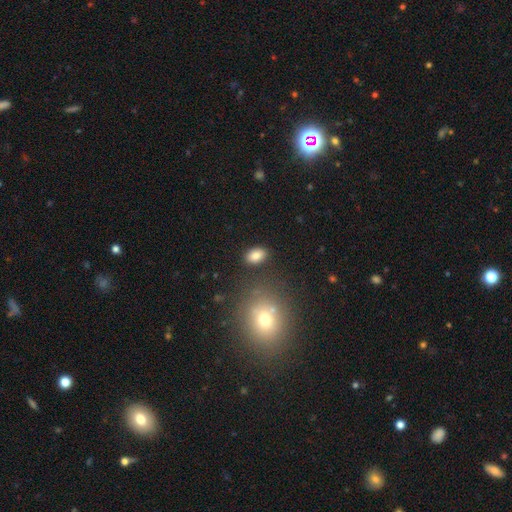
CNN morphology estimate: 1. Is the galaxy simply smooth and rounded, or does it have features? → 83% smooth, 10% star or artifact, 8% featured or disk.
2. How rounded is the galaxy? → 87% in between, 11% round, 2% cigar-shaped.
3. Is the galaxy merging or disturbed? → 85% none, 9% minor disturbance, 3% merger, 3% major disturbance.